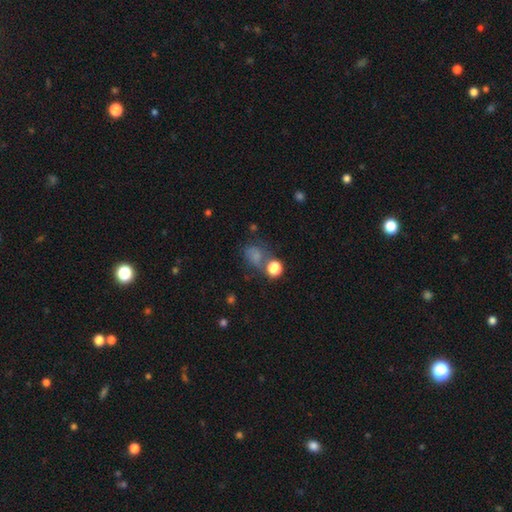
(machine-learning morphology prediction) smooth_or_featured: smooth (p=0.63) [alt: star or artifact p=0.23]
how_rounded: round (p=0.55) [alt: in between p=0.43]
merging: none (p=0.47) [alt: minor disturbance p=0.21]